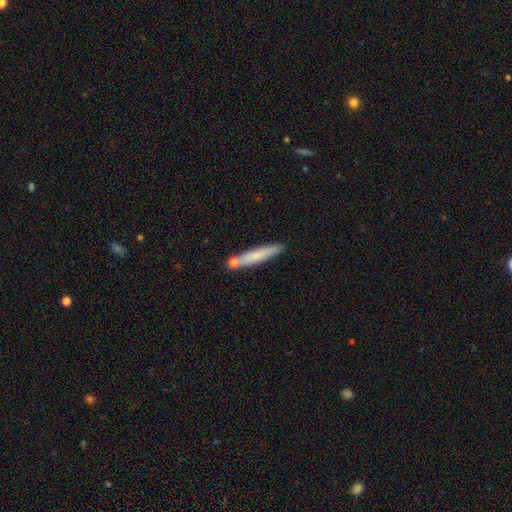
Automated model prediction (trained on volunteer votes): smooth-or-featured: smooth: 71% | featured or disk: 23% | star or artifact: 7%
  how-rounded: cigar-shaped: 92% | in between: 6% | round: 1%
  merging: none: 76% | minor disturbance: 12% | merger: 10% | major disturbance: 2%